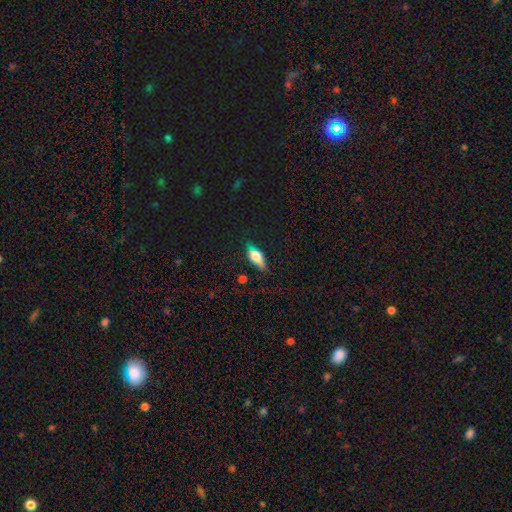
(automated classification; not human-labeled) This is likely a smooth galaxy (61%). How rounded: likely in between (73%). Merging: likely none (65%).